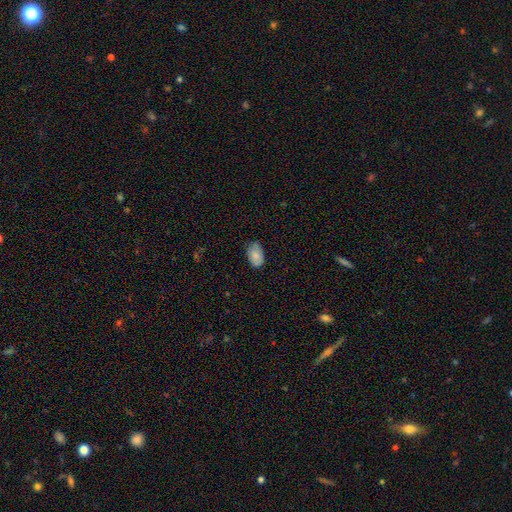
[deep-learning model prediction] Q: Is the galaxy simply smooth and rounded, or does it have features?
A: smooth — 83%.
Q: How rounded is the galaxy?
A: in between — 92%.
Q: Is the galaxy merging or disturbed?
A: none — 76%.